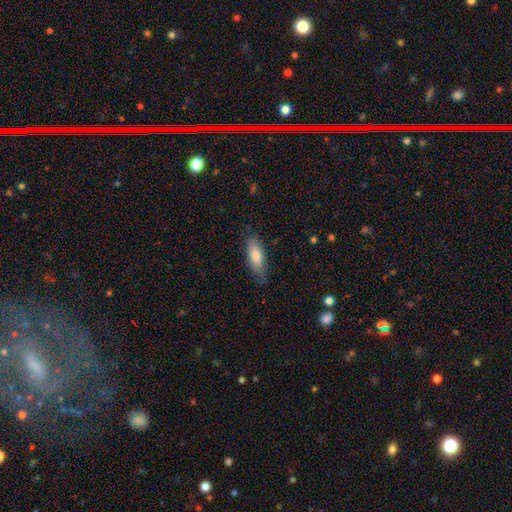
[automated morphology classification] A smooth galaxy with no disk features (73%) that is in between round and cigar-shaped (63%). Merging: none (74%).